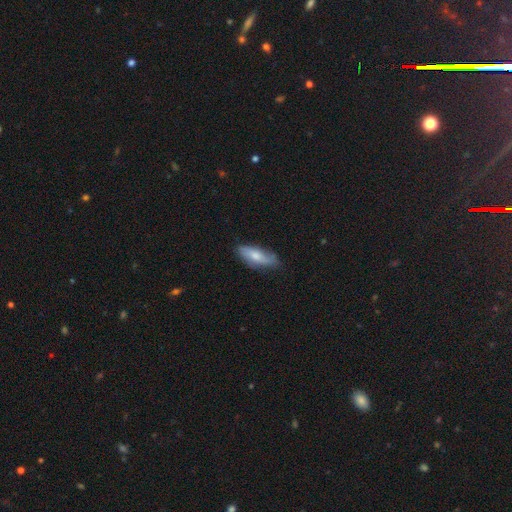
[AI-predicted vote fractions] The model was most divided on "how rounded": in between: 62%, cigar-shaped: 35%, round: 2%. More confident: merging — none (71%); smooth or featured — smooth (66%).